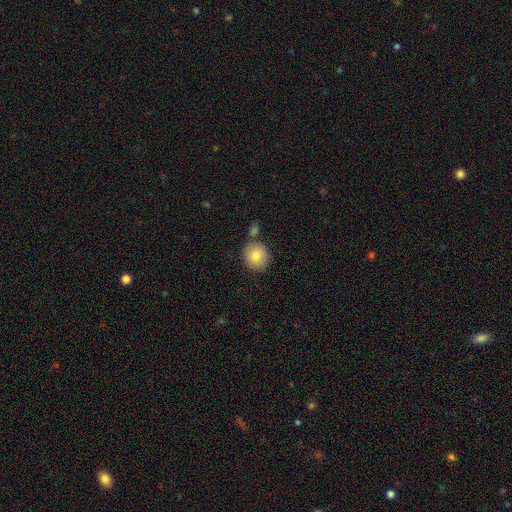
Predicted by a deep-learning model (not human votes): smooth_or_featured: smooth (p=0.80) [alt: featured or disk p=0.12]
how_rounded: round (p=0.87) [alt: in between p=0.12]
merging: none (p=0.76) [alt: merger p=0.11]